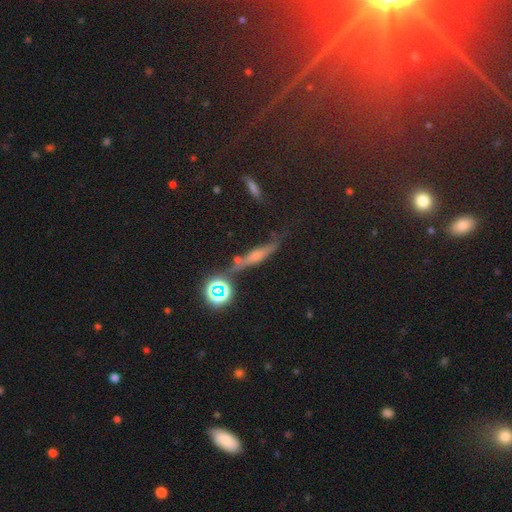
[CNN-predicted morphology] smooth_or_featured: featured or disk (p=0.37) [alt: smooth p=0.34]
merging: none (p=0.70) [alt: minor disturbance p=0.16]